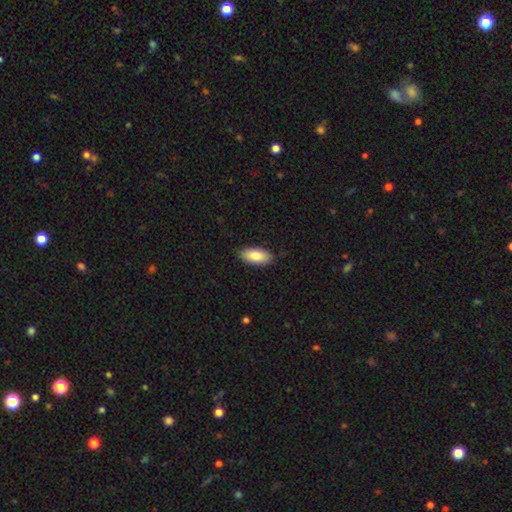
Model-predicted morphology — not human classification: Overall: smooth (84%). How rounded: in between (90%). Merging: none (85%).